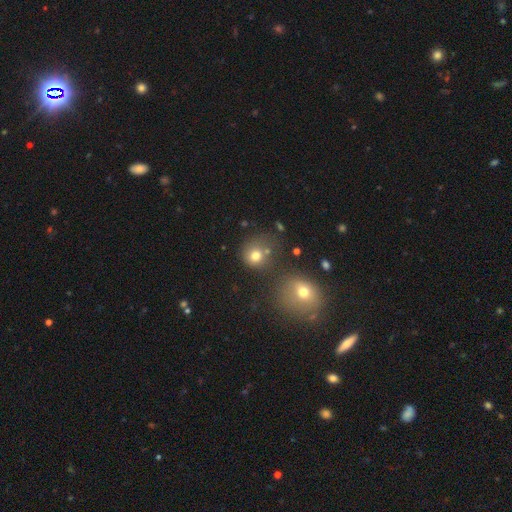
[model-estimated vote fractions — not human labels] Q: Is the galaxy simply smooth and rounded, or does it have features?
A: smooth — 74%.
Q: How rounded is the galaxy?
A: round — 81%.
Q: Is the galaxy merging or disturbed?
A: none — 53%.